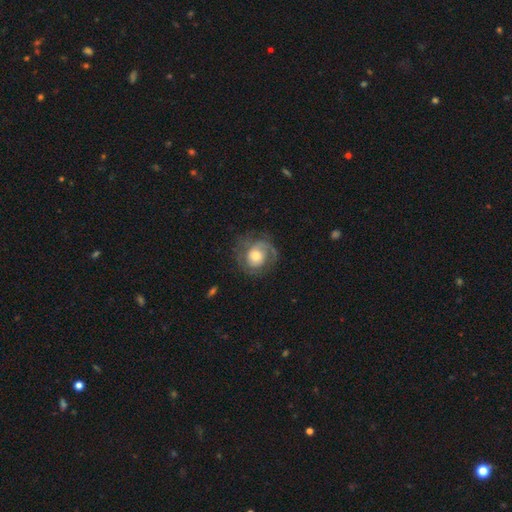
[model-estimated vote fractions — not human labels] Smooth or featured? featured or disk (70%)
Edge-on disk? no (98%)
Bar? no (75%)
Spiral arms? yes (89%)
Spiral winding? tight (45%)
Spiral arm count? 2 (54%)
Bulge size? moderate (50%)
Merging? none (67%)